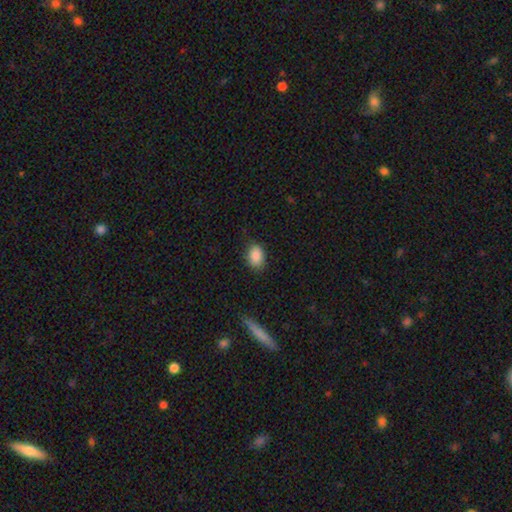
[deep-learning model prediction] This is clearly a smooth galaxy (88%). How rounded: clearly in between (82%). Merging: clearly none (81%).